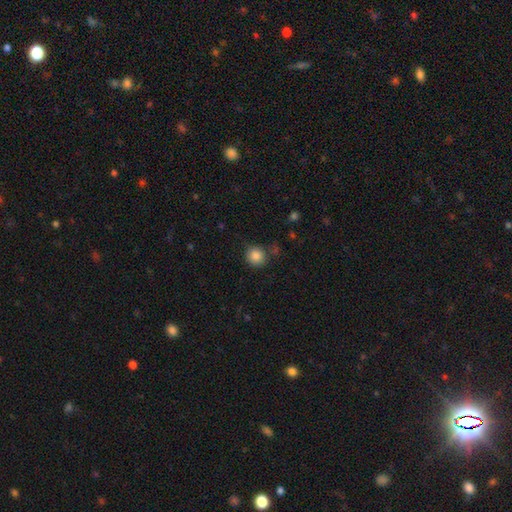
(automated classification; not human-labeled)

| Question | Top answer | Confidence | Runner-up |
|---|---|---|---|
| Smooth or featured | smooth | 85% | star or artifact (10%) |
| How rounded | round | 90% | in between (9%) |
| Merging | none | 80% | minor disturbance (12%) |